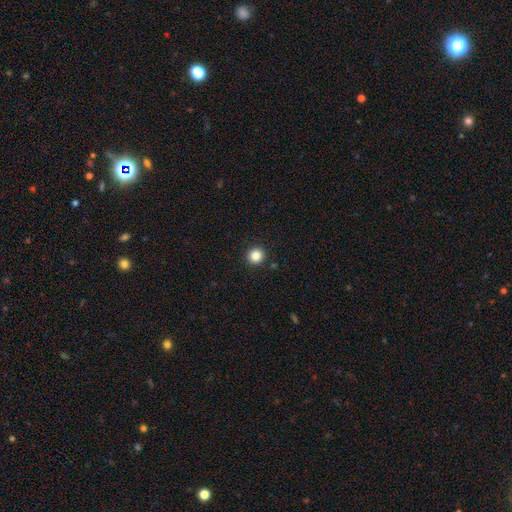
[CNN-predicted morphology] A smooth galaxy with no disk features (85%) that is round (94%).

Vote fractions:
- Smooth or featured? smooth: 85% / star or artifact: 11% / featured or disk: 4%
- How rounded? round: 94% / in between: 5% / cigar-shaped: 1%
- Merging? none: 93% / minor disturbance: 5% / major disturbance: 2% / merger: 1%